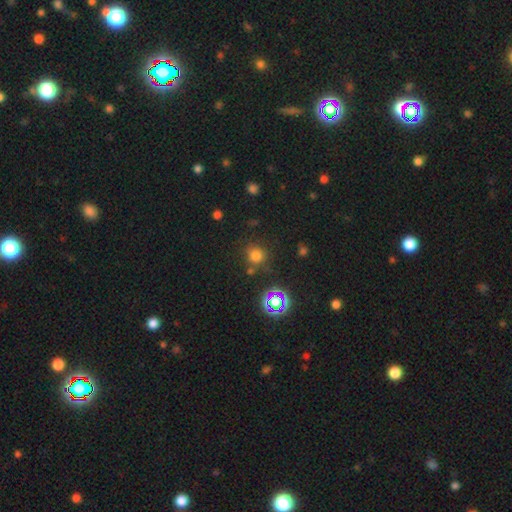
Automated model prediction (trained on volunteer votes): This is likely a smooth galaxy (67%). How rounded: clearly round (89%). Merging: likely none (78%).